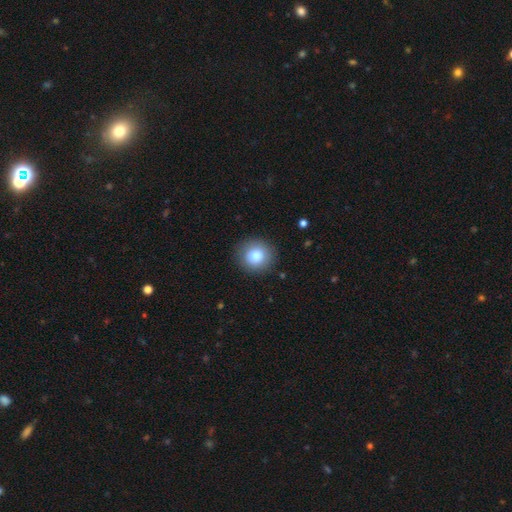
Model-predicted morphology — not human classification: Overall: smooth (82%). How rounded: round (91%). Merging: none (89%).